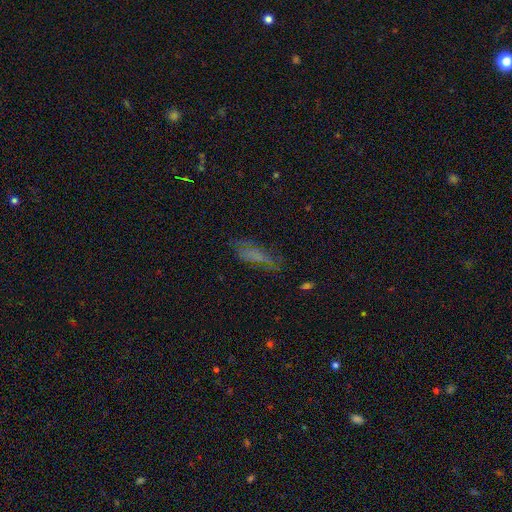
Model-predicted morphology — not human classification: Smooth or featured: smooth — 52% (featured or disk — 30%)
How rounded: in between — 50% (cigar-shaped — 47%)
Merging: none — 62% (minor disturbance — 22%)